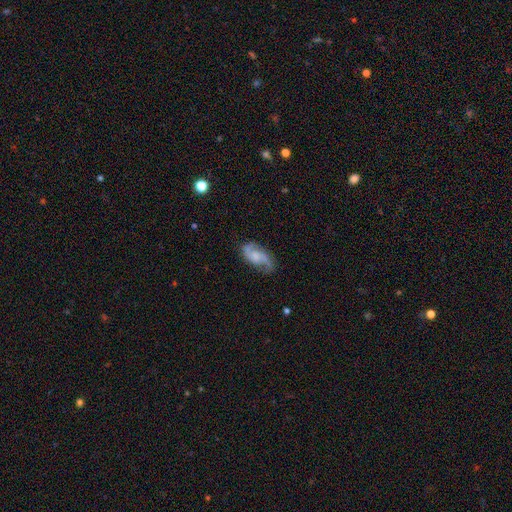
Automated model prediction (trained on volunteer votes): This is likely a featured or disk galaxy (77%). It is clearly not viewed edge-on (96%). Bar: possibly no (55%). Spiral arm pattern: clearly yes (95%). Spiral arm count: clearly 2 (87%). Spiral winding: marginally medium (45%). Central bulge: marginally small (38%). Merging: likely none (69%).